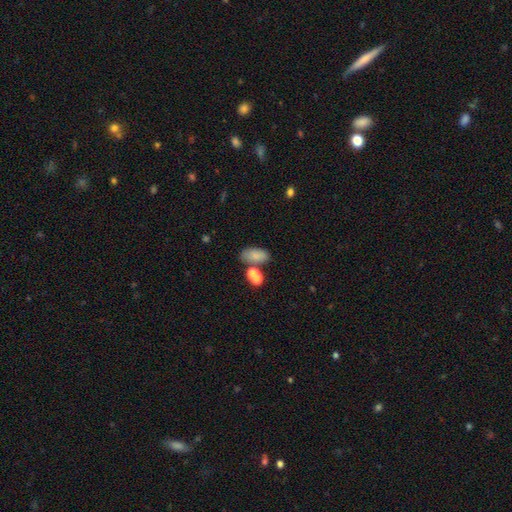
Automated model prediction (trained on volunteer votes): Smooth or featured?
  - smooth: 77% *
  - featured or disk: 13%
  - star or artifact: 10%
How rounded?
  - in between: 90% *
  - round: 7%
  - cigar-shaped: 3%
Merging?
  - none: 54% *
  - merger: 25%
  - minor disturbance: 15%
  - major disturbance: 6%